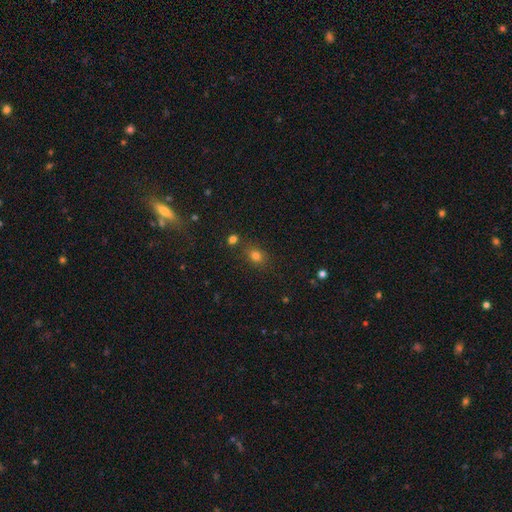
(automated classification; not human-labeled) Morphology: type=smooth (76%); roundness=in between (52%); merging=none (76%).